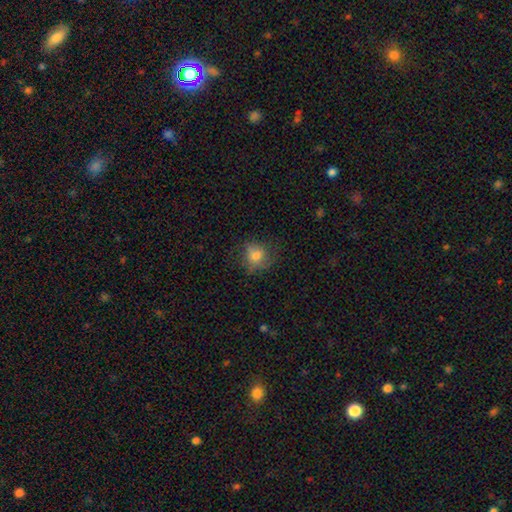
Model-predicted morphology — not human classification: A smooth galaxy with no disk features (75%) that is round (75%).

Vote fractions:
- Smooth or featured? smooth: 75% / featured or disk: 14% / star or artifact: 11%
- How rounded? round: 75% / in between: 24% / cigar-shaped: 1%
- Merging? none: 61% / minor disturbance: 23% / major disturbance: 14% / merger: 1%